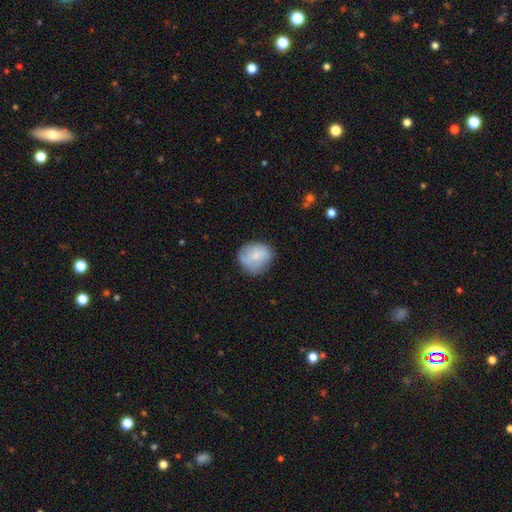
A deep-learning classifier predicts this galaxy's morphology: type=smooth (72%); roundness=round (77%); merging=none (70%).